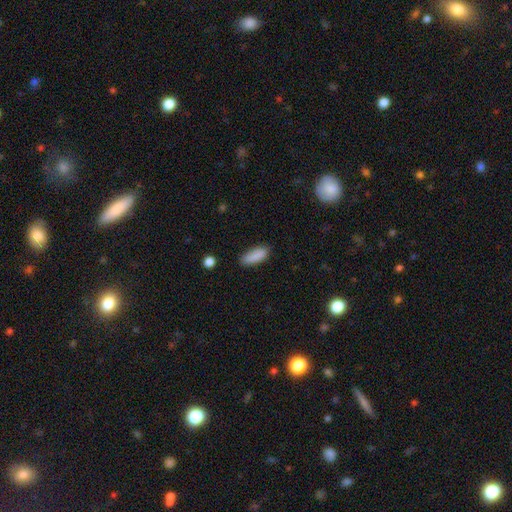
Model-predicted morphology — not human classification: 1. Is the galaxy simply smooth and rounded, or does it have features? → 88% smooth, 7% star or artifact, 5% featured or disk.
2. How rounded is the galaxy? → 71% in between, 28% cigar-shaped, 2% round.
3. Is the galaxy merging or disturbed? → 80% none, 15% minor disturbance, 3% major disturbance, 2% merger.